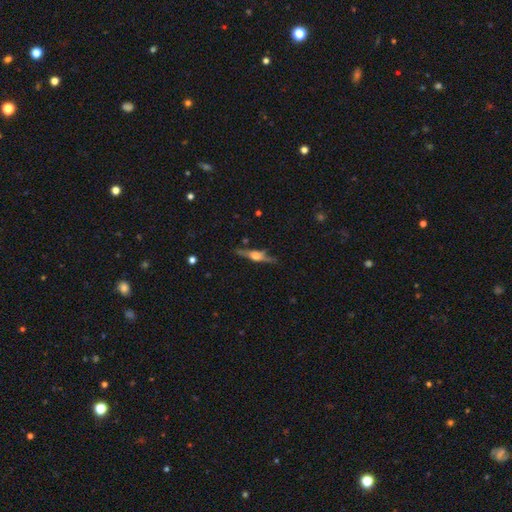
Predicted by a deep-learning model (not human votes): This is likely a featured or disk galaxy (75%). It is clearly viewed edge-on (96%). Edge-on bulge: clearly rounded (84%). Merging: clearly none (83%).